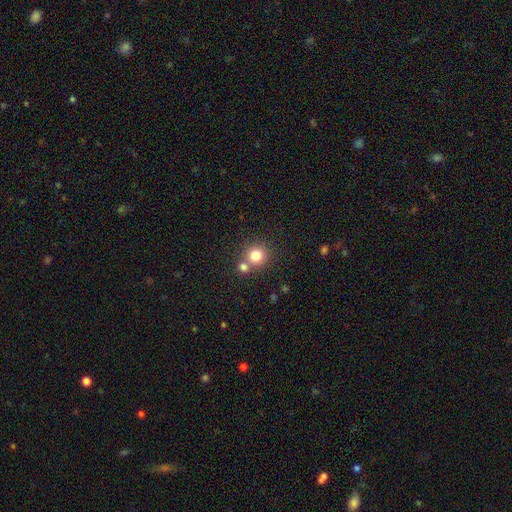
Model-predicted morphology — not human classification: Smooth or featured? smooth (79%)
How rounded? round (90%)
Merging? none (60%)